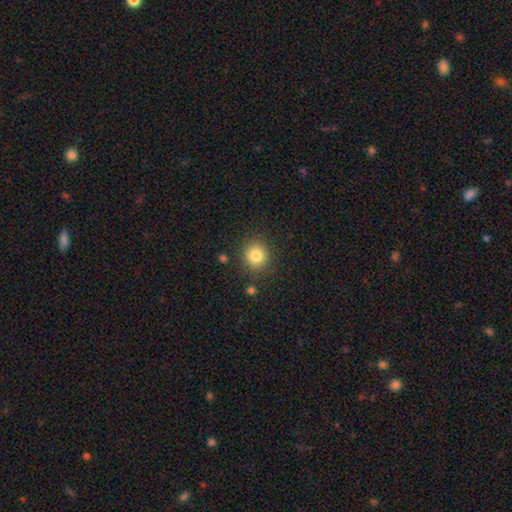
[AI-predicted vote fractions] Smooth or featured?
  - smooth: 82% *
  - star or artifact: 11%
  - featured or disk: 7%
How rounded?
  - round: 88% *
  - in between: 11%
  - cigar-shaped: 1%
Merging?
  - none: 86% *
  - minor disturbance: 9%
  - major disturbance: 3%
  - merger: 2%